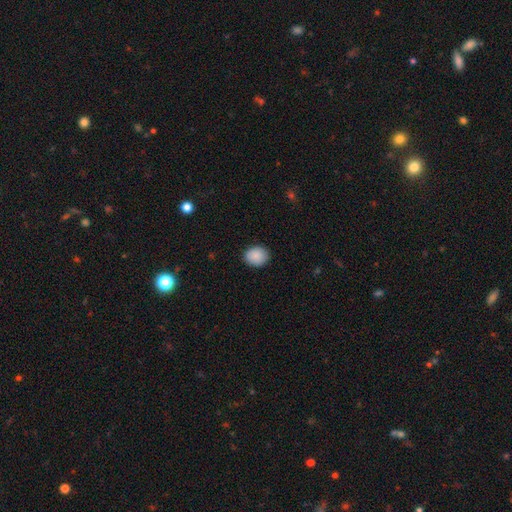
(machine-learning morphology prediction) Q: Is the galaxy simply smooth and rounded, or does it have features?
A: smooth — 90%.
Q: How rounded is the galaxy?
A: round — 56%.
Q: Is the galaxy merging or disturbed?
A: none — 88%.